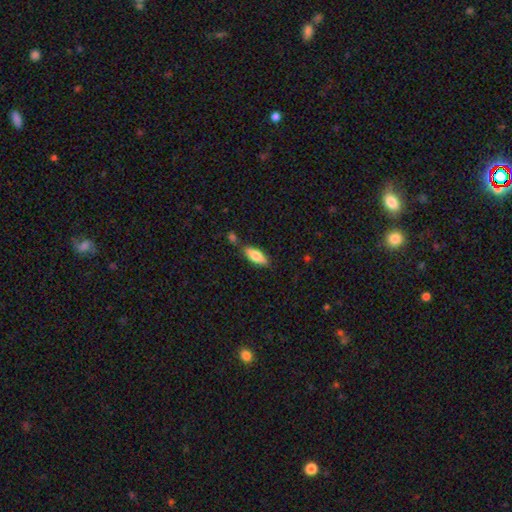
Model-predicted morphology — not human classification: Smooth or featured? Predicted: smooth (p=0.75). How rounded? Predicted: in between (p=0.68). Merging? Predicted: none (p=0.74).